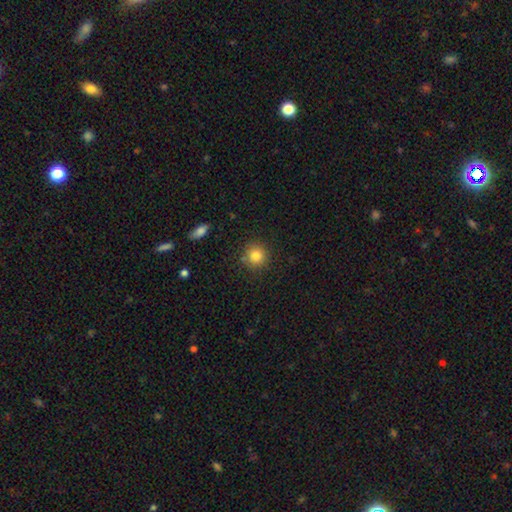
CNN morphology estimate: This appears to be a smooth galaxy with no disk features (82%) that is round (93%). Merging: none (85%).